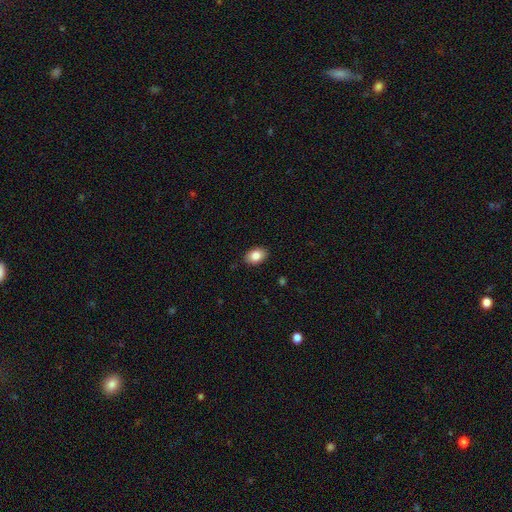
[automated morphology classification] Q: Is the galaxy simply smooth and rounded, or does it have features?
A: smooth — 85%.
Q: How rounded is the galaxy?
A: in between — 84%.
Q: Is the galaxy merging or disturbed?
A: none — 88%.